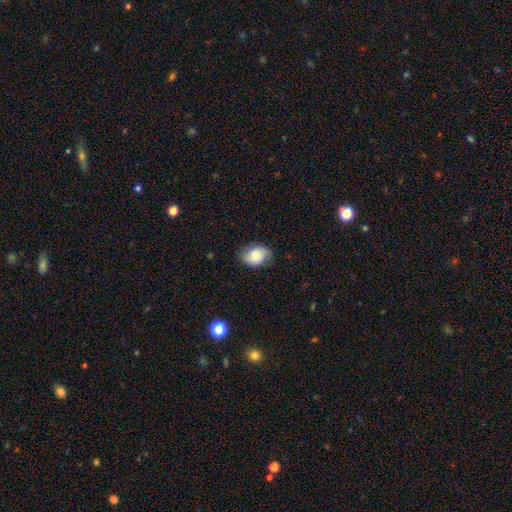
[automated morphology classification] smooth_or_featured: smooth (p=0.71) [alt: featured or disk p=0.21]
how_rounded: in between (p=0.70) [alt: round p=0.29]
merging: none (p=0.74) [alt: minor disturbance p=0.20]